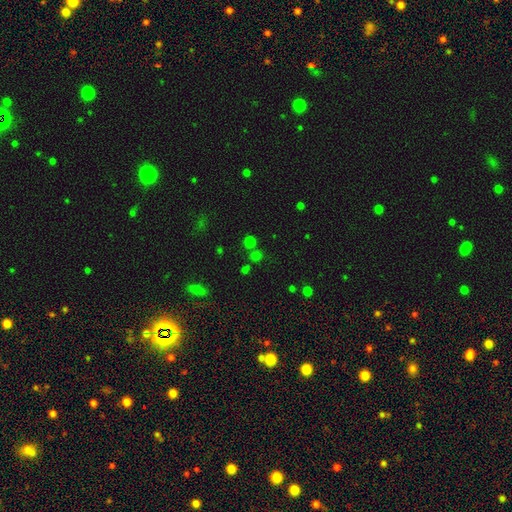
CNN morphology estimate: This is possibly a smooth galaxy (56%). How rounded: clearly round (88%). Merging: likely none (72%).